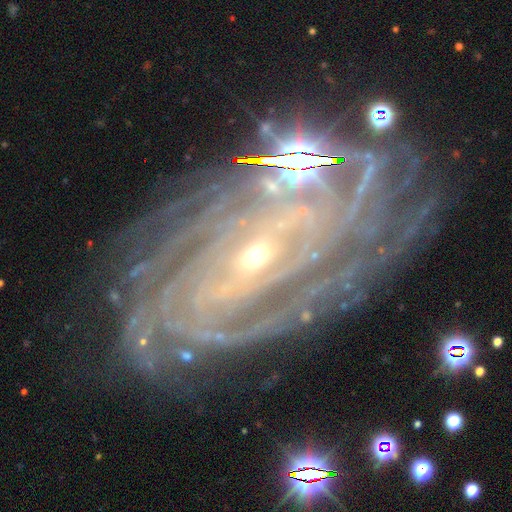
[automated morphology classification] smooth_or_featured: featured or disk (p=0.81) [alt: star or artifact p=0.12]
disk_edge_on: no (p=0.92) [alt: yes p=0.08]
bar: no (p=0.37) [tied with: weak p=0.37]
has_spiral_arms: yes (p=0.95) [alt: no p=0.05]
spiral_winding: tight (p=0.76) [alt: medium p=0.19]
spiral_arm_count: can't tell (p=0.32) [alt: 4 p=0.17]
bulge_size: small (p=0.77) [alt: moderate p=0.19]
merging: none (p=0.78) [alt: minor disturbance p=0.14]